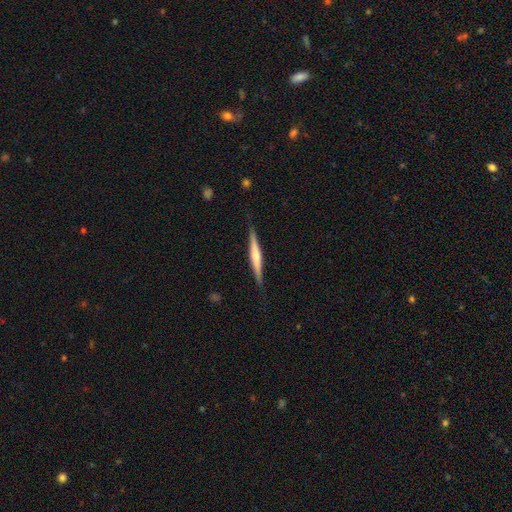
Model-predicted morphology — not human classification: type=featured or disk (59%); edge-on=yes (98%); edge-on bulge=rounded (50%); merging=none (87%).